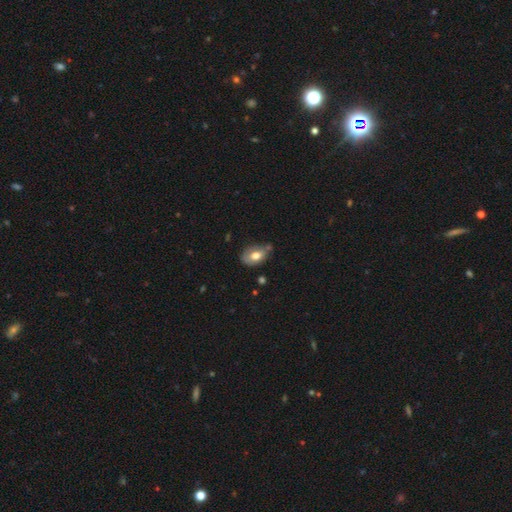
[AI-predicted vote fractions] A smooth galaxy with no disk features (67%) that is in between round and cigar-shaped (85%).

Vote fractions:
- Smooth or featured? smooth: 67% / featured or disk: 26% / star or artifact: 7%
- How rounded? in between: 85% / round: 14% / cigar-shaped: 1%
- Merging? none: 45% / minor disturbance: 34% / merger: 11% / major disturbance: 11%